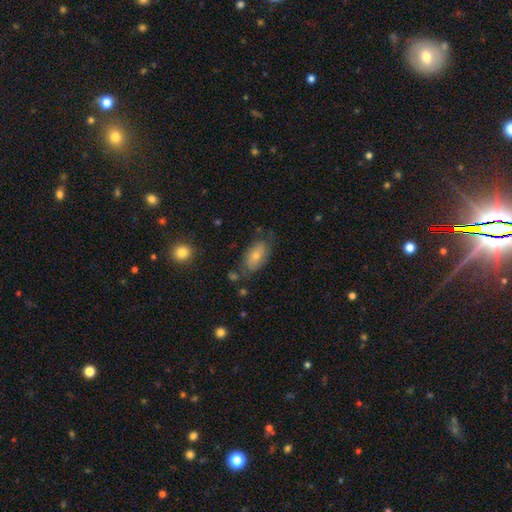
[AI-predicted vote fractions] Overall: smooth (55%; featured or disk 34%). How rounded: in between (89%). Merging: none (65%).